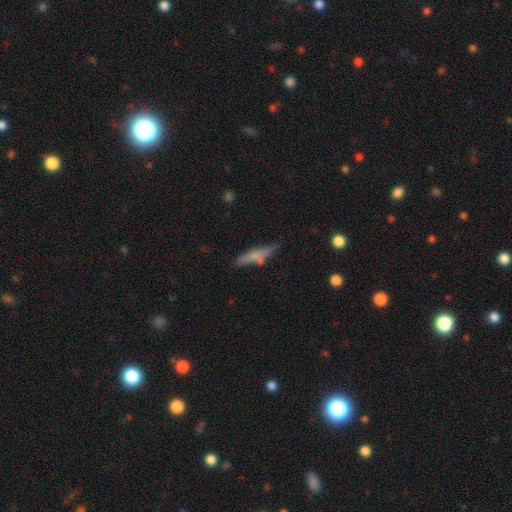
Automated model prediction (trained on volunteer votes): Overall: smooth (62%; featured or disk 30%). How rounded: cigar-shaped (83%). Merging: none (69%).